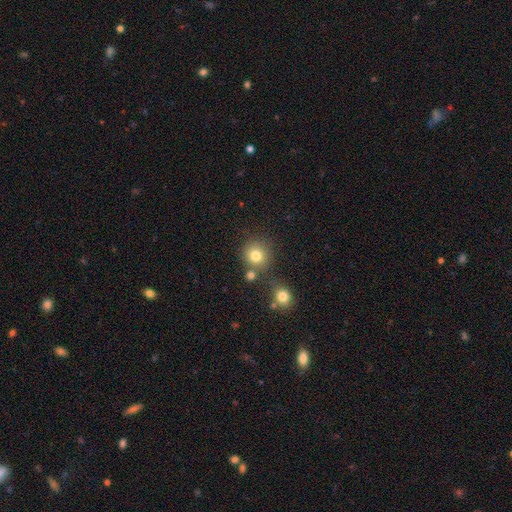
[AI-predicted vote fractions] This is likely a smooth galaxy (80%). How rounded: clearly round (89%). Merging: likely none (71%).